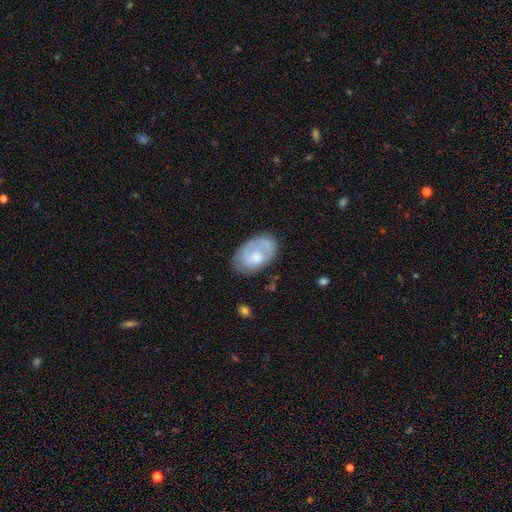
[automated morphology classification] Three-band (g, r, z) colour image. It shows a smooth galaxy with no disk features (55%) that is in between round and cigar-shaped (89%). Merging: none (65%).